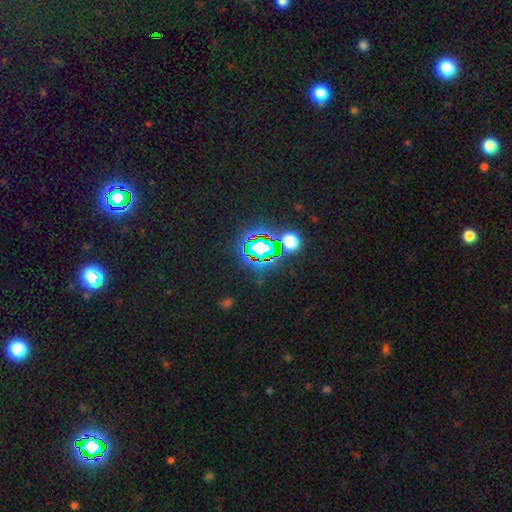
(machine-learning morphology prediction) This appears to be a star or artifact, not a galaxy (75%).